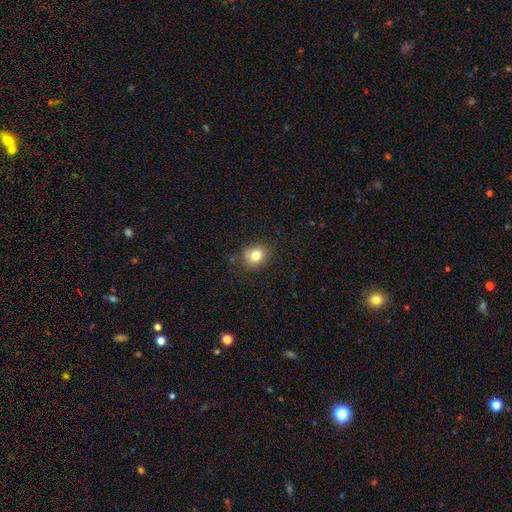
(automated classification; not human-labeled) The model was most divided on "how rounded": round: 75%, in between: 24%, cigar-shaped: 1%. More confident: smooth or featured — smooth (79%); merging — none (78%).